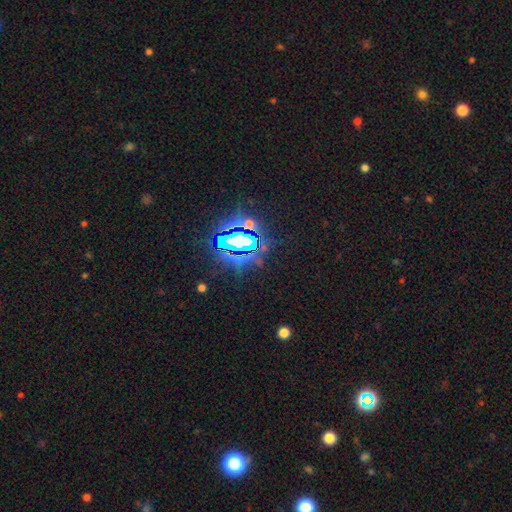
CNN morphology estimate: type=star or artifact (85%).